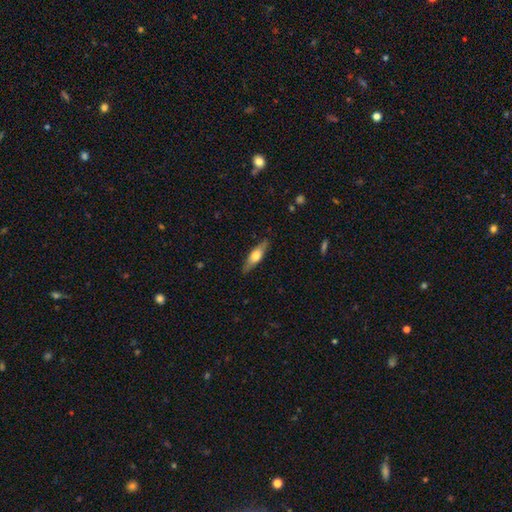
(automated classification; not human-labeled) smooth 51%, featured or disk 43%, star or artifact 6%. Down the decision tree: how rounded — cigar-shaped (61%); merging — none (86%).